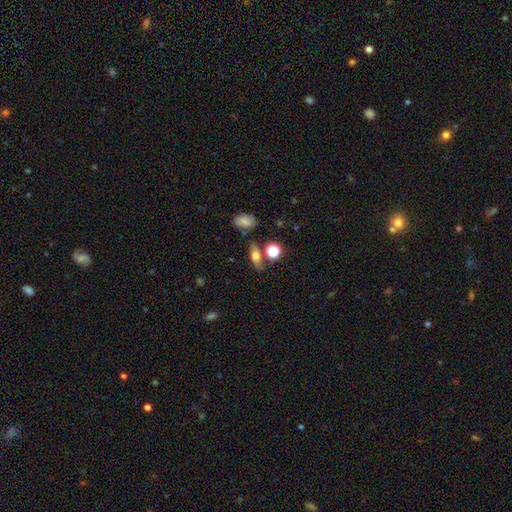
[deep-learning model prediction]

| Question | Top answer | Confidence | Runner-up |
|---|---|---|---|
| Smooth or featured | smooth | 61% | featured or disk (25%) |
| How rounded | in between | 63% | cigar-shaped (20%) |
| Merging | none | 67% | minor disturbance (16%) |